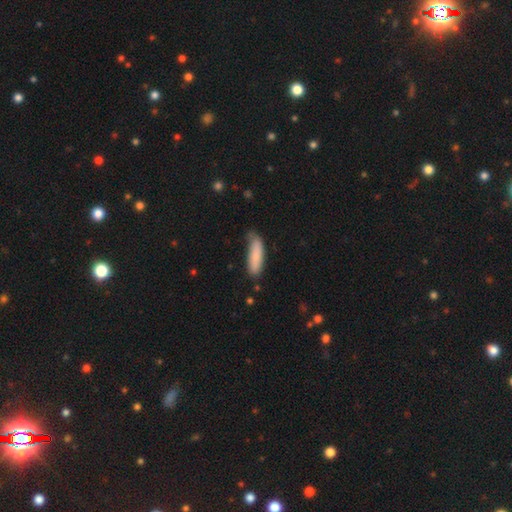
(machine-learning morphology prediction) smooth-or-featured: smooth: 84% | featured or disk: 10% | star or artifact: 6%
  how-rounded: cigar-shaped: 61% | in between: 38% | round: 1%
  merging: none: 61% | minor disturbance: 30% | major disturbance: 6% | merger: 3%